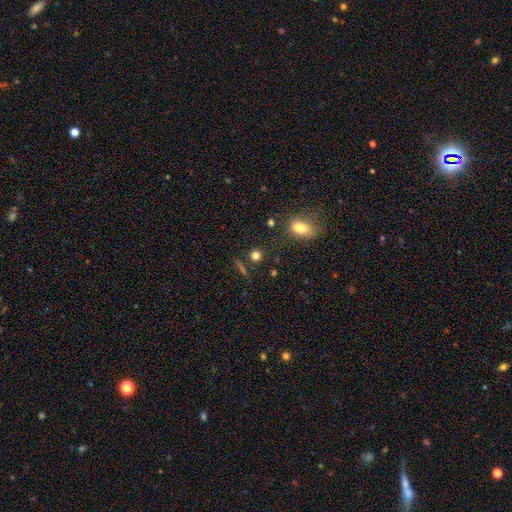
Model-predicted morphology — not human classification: Overall: smooth (75%). How rounded: round (84%). Merging: none (80%).